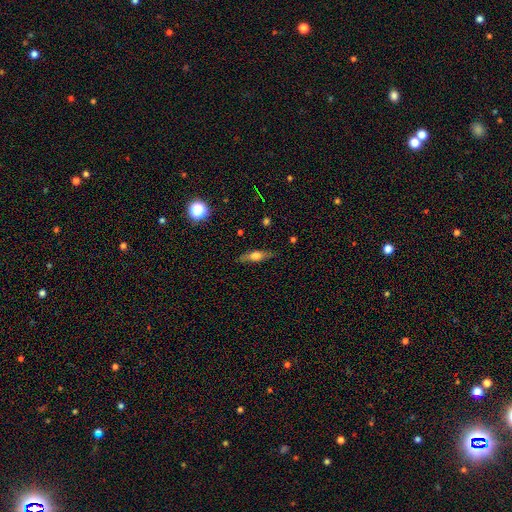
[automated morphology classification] Smooth or featured: smooth — 48% (featured or disk — 43%)
Merging: none — 83% (minor disturbance — 13%)